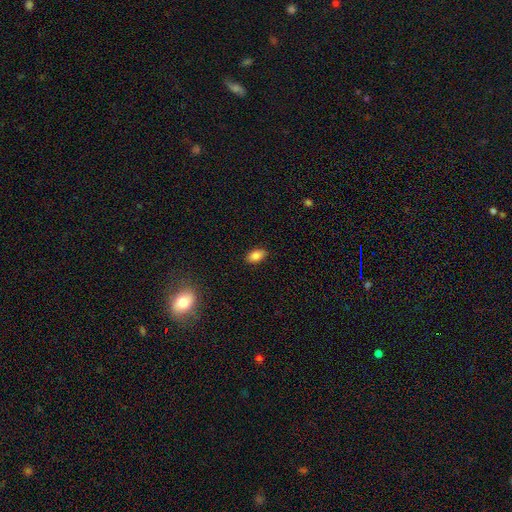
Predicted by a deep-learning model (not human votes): smooth 86%, star or artifact 9%, featured or disk 5%. Down the decision tree: how rounded — in between (91%); merging — none (88%).